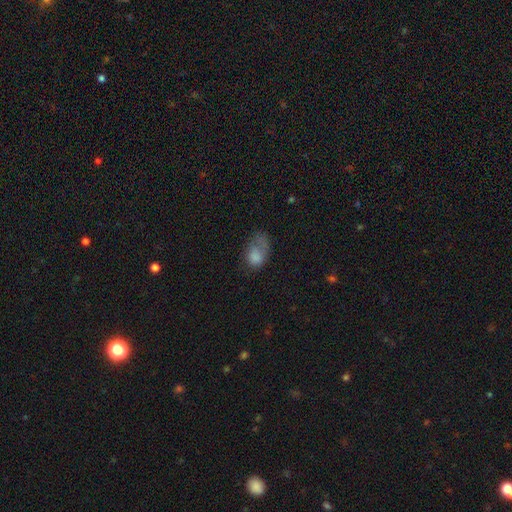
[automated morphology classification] Smooth or featured? Predicted: smooth (p=0.72). How rounded? Predicted: in between (p=0.80). Merging? Predicted: major disturbance (p=0.43).